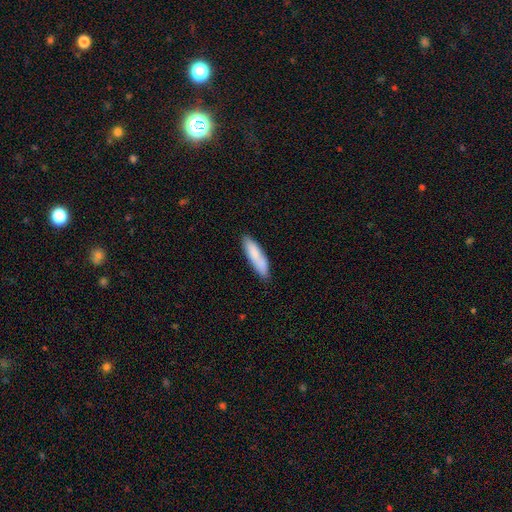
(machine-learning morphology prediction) Q: Smooth or featured?
A: smooth (82%); runner-up: featured or disk (12%)
Q: How rounded?
A: cigar-shaped (67%); runner-up: in between (32%)
Q: Merging?
A: none (82%); runner-up: minor disturbance (14%)